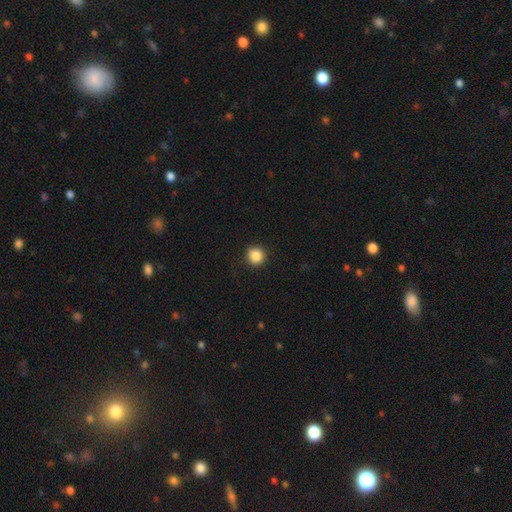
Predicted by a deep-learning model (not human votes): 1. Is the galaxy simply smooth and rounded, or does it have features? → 86% smooth, 10% star or artifact, 4% featured or disk.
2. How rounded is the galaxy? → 91% round, 8% in between, 1% cigar-shaped.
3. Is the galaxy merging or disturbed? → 86% none, 10% minor disturbance, 2% major disturbance, 1% merger.